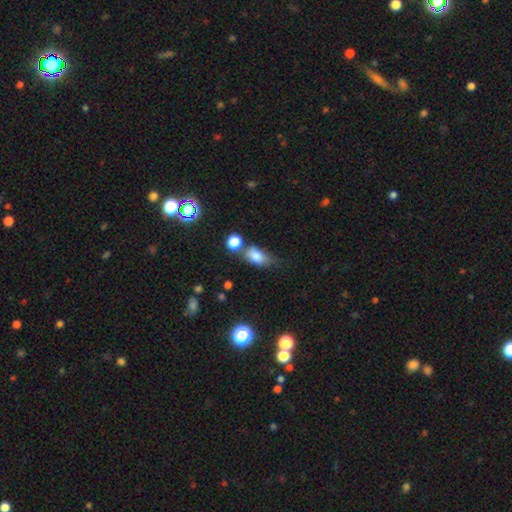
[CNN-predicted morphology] Overall: smooth (79%). How rounded: in between (82%). Merging: none (46%; minor disturbance 24%).